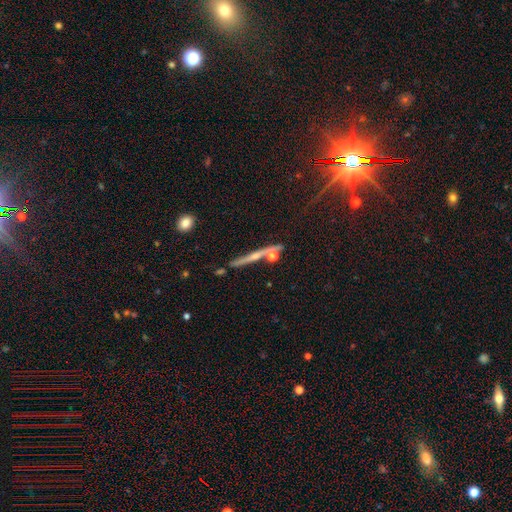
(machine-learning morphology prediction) featured or disk 60%, smooth 27%, star or artifact 14%. Down the decision tree: edge-on disk — yes (94%); edge-on bulge — rounded (62%); merging — none (73%).